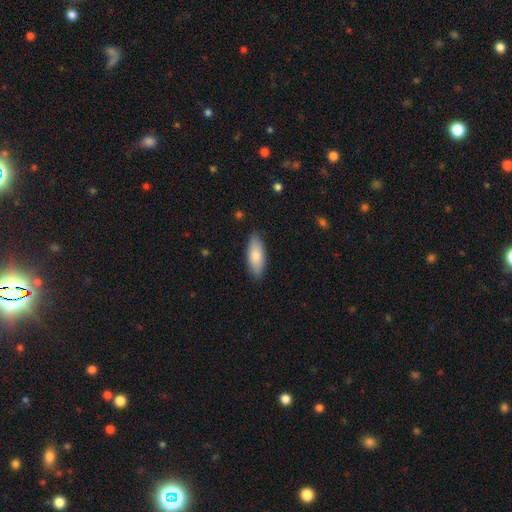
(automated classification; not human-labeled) smooth 77%, featured or disk 17%, star or artifact 6%. Down the decision tree: how rounded — in between (76%); merging — none (86%).